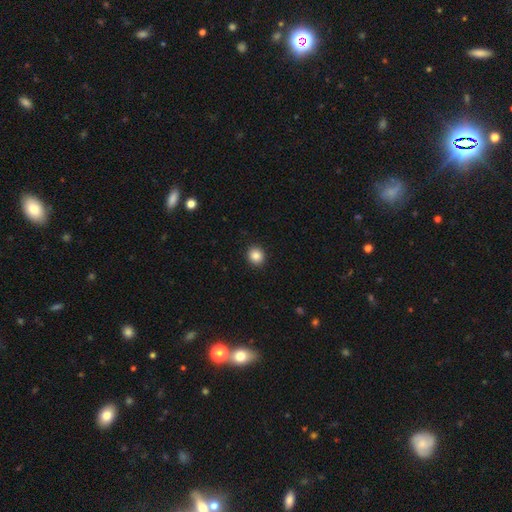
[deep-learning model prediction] Smooth or featured? Predicted: smooth (p=0.87). How rounded? Predicted: round (p=0.84). Merging? Predicted: none (p=0.92).